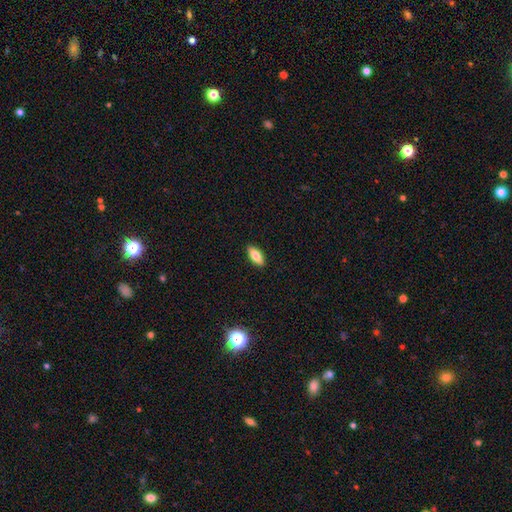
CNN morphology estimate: A smooth galaxy with no disk features (73%) that is in between round and cigar-shaped (78%).

Vote fractions:
- Smooth or featured? smooth: 73% / featured or disk: 20% / star or artifact: 7%
- How rounded? in between: 78% / cigar-shaped: 20% / round: 3%
- Merging? none: 90% / minor disturbance: 7% / major disturbance: 2% / merger: 1%